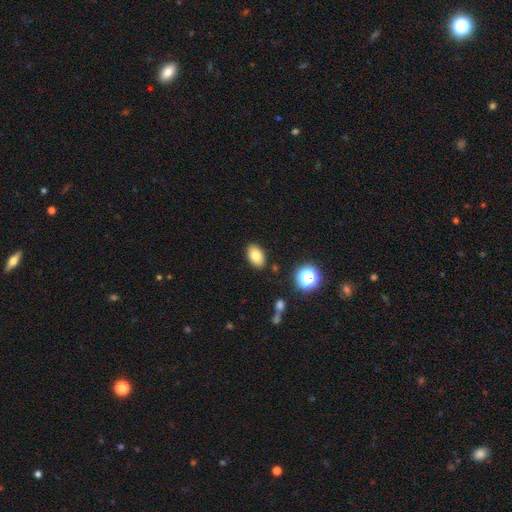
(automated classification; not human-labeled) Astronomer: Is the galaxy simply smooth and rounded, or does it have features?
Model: smooth — 80%.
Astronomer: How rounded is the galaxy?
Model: in between — 88%.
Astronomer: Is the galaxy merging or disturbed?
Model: none — 87%.